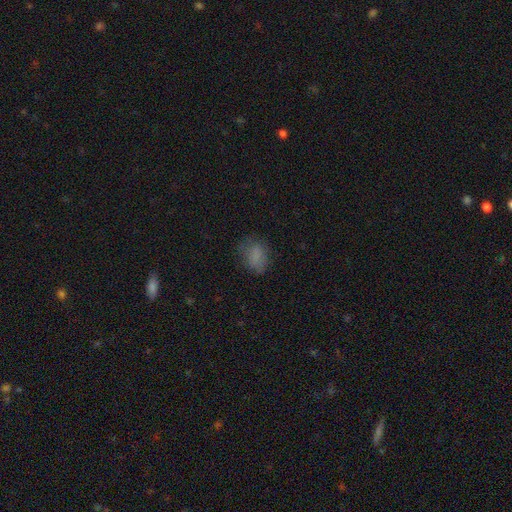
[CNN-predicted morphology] smooth-or-featured: smooth: 77% | star or artifact: 13% | featured or disk: 11%
  how-rounded: in between: 69% | round: 30% | cigar-shaped: 2%
  merging: none: 66% | minor disturbance: 22% | major disturbance: 11% | merger: 1%